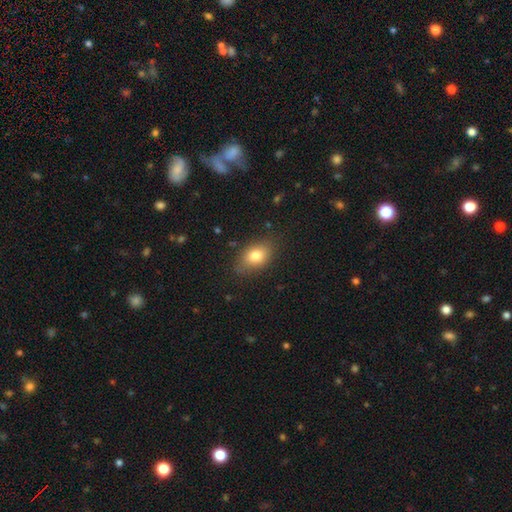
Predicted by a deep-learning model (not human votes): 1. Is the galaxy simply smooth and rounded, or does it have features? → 79% smooth, 12% featured or disk, 9% star or artifact.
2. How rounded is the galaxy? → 83% in between, 15% round, 2% cigar-shaped.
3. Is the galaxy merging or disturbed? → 79% none, 15% minor disturbance, 4% major disturbance, 1% merger.